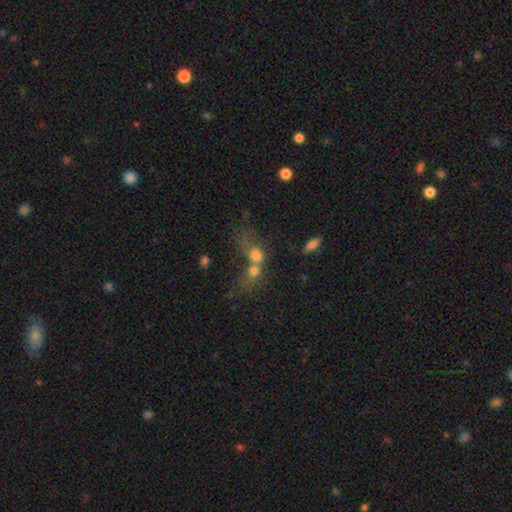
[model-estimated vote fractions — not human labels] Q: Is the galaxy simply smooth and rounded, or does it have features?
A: smooth — 68%.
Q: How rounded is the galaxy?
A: round — 60%.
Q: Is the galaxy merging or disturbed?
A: merger — 68%.